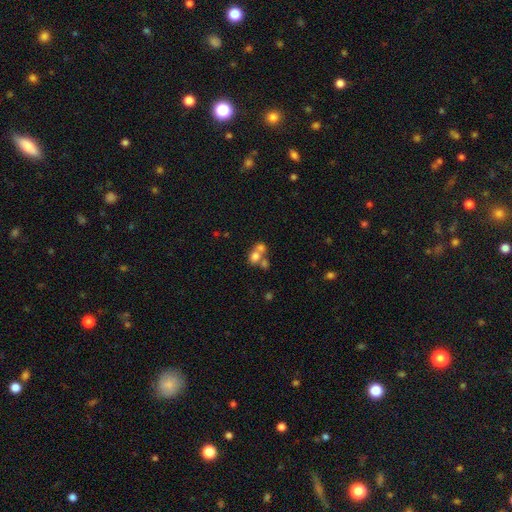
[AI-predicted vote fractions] Smooth or featured? smooth (67%)
How rounded? round (68%)
Merging? merger (57%)